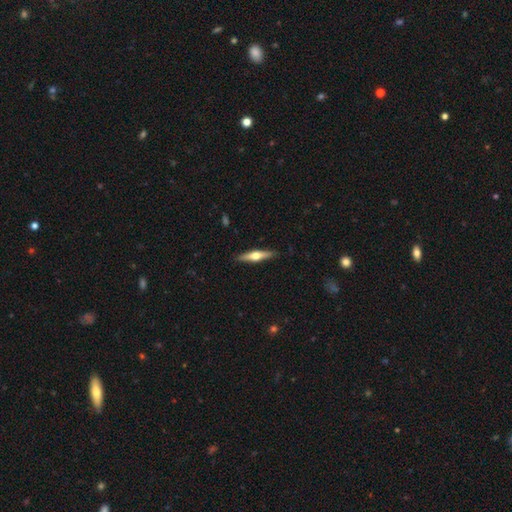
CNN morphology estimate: Smooth or featured?
  - featured or disk: 60% *
  - smooth: 35%
  - star or artifact: 5%
Edge-on disk?
  - yes: 96% *
  - no: 4%
Edge-on bulge?
  - rounded: 94% *
  - boxy: 3%
  - none: 3%
Merging?
  - none: 89% *
  - minor disturbance: 8%
  - major disturbance: 2%
  - merger: 1%